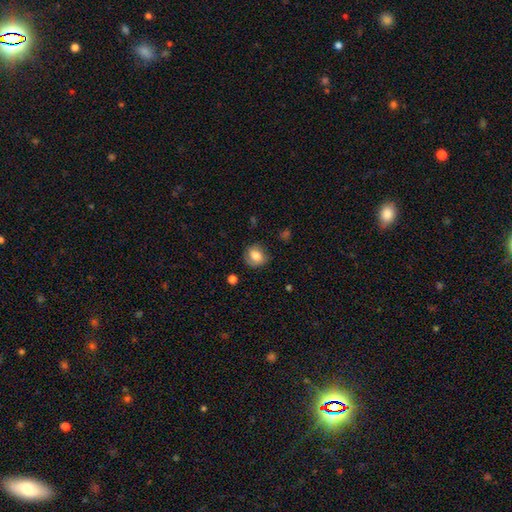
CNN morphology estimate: Smooth or featured?
  - smooth: 79% *
  - featured or disk: 12%
  - star or artifact: 9%
How rounded?
  - round: 73% *
  - in between: 26%
  - cigar-shaped: 1%
Merging?
  - none: 75% *
  - minor disturbance: 19%
  - major disturbance: 5%
  - merger: 1%